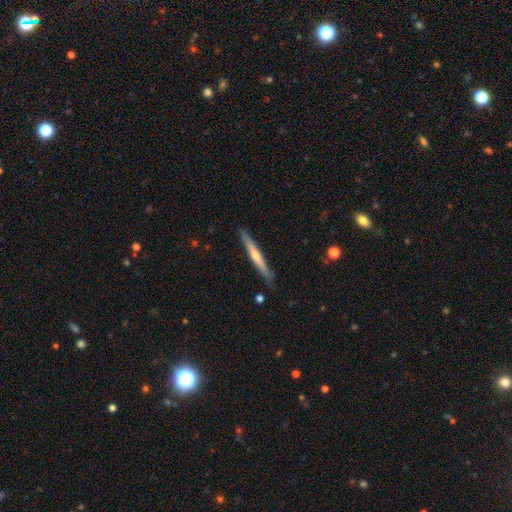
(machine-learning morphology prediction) Smooth or featured? Predicted: featured or disk (p=0.60). Edge-on disk? Predicted: yes (p=0.96). Edge-on bulge? Predicted: rounded (p=0.69). Merging? Predicted: none (p=0.88).